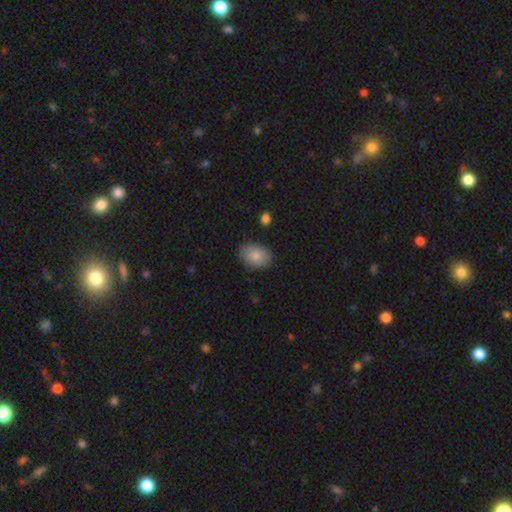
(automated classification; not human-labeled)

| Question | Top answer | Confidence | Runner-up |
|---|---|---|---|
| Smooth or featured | smooth | 82% | featured or disk (11%) |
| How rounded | in between | 80% | round (19%) |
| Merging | none | 84% | minor disturbance (13%) |